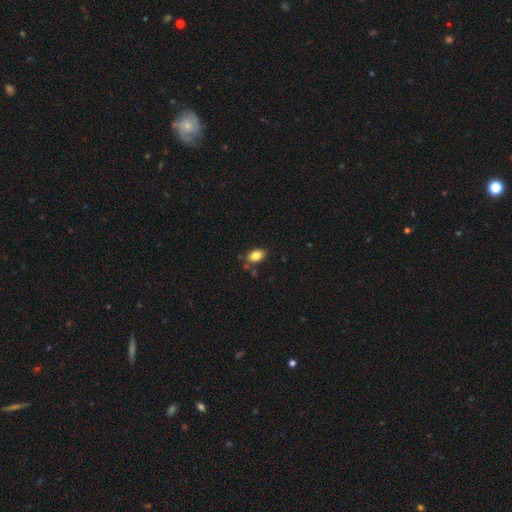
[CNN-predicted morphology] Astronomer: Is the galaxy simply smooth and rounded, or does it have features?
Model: smooth — 83%.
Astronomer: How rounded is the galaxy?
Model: in between — 86%.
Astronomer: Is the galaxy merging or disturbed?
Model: none — 77%.